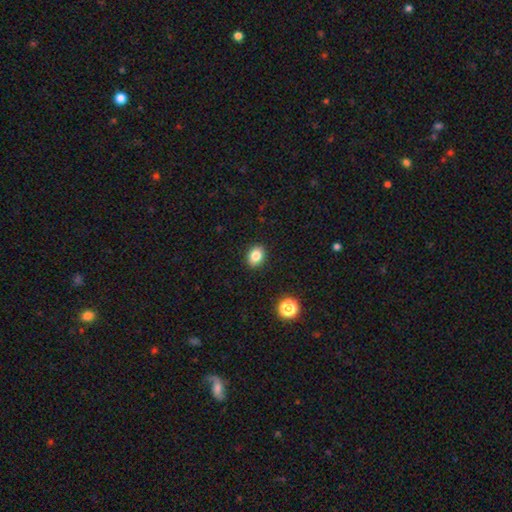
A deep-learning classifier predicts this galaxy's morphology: smooth_or_featured: smooth (p=0.83) [alt: star or artifact p=0.11]
how_rounded: in between (p=0.58) [alt: round p=0.41]
merging: none (p=0.90) [alt: minor disturbance p=0.07]